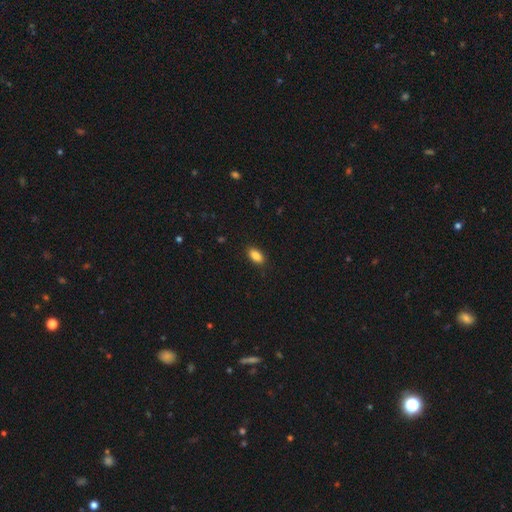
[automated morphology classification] Smooth or featured? smooth (88%)
How rounded? in between (90%)
Merging? none (88%)